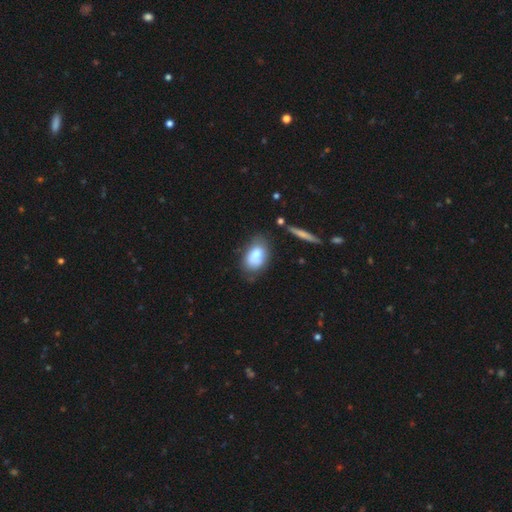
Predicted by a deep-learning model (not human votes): Smooth or featured?
  - smooth: 79% *
  - featured or disk: 14%
  - star or artifact: 7%
How rounded?
  - in between: 88% *
  - round: 10%
  - cigar-shaped: 2%
Merging?
  - none: 57% *
  - minor disturbance: 28%
  - major disturbance: 9%
  - merger: 6%